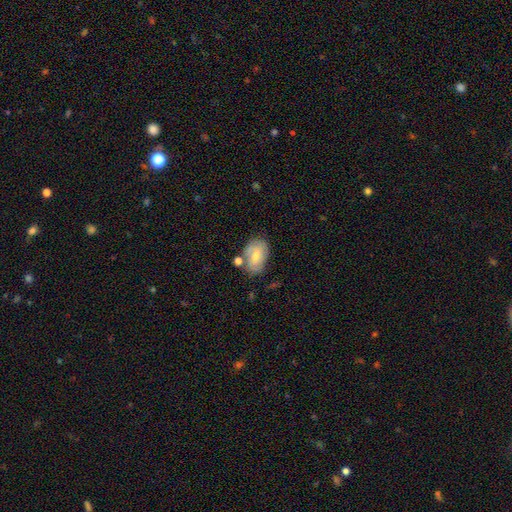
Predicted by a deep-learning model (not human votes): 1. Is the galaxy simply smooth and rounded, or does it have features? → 54% smooth, 38% featured or disk, 7% star or artifact.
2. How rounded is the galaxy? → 83% in between, 15% round, 2% cigar-shaped.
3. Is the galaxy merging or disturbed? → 59% none, 21% minor disturbance, 13% merger, 7% major disturbance.